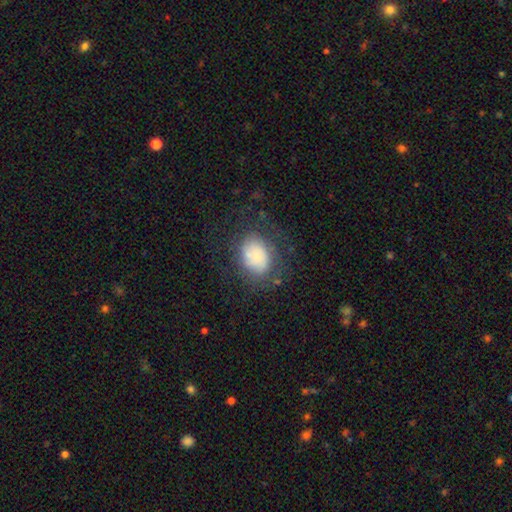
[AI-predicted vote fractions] The model was most divided on "how rounded": in between: 65%, round: 34%, cigar-shaped: 1%. More confident: smooth or featured — smooth (64%); merging — none (60%).